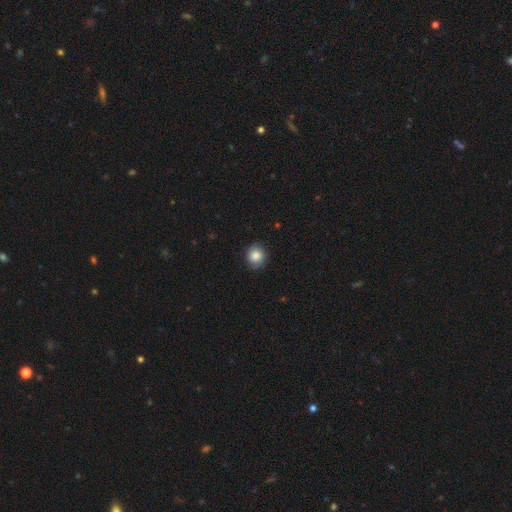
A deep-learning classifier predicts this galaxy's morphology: Smooth or featured?
  - smooth: 79% *
  - featured or disk: 12%
  - star or artifact: 9%
How rounded?
  - round: 81% *
  - in between: 18%
  - cigar-shaped: 1%
Merging?
  - none: 81% *
  - minor disturbance: 14%
  - major disturbance: 3%
  - merger: 1%